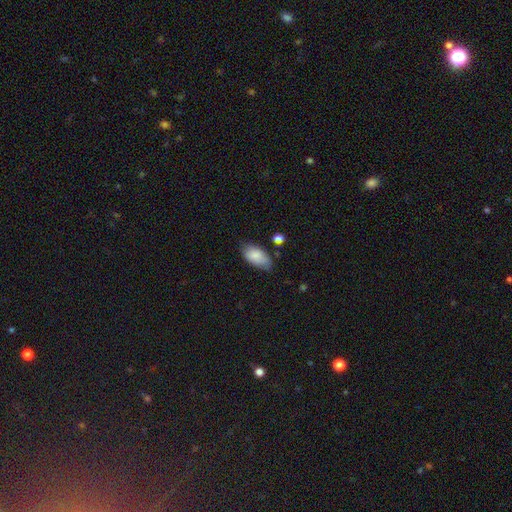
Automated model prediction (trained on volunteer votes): Smooth or featured? smooth (85%)
How rounded? in between (93%)
Merging? none (67%)